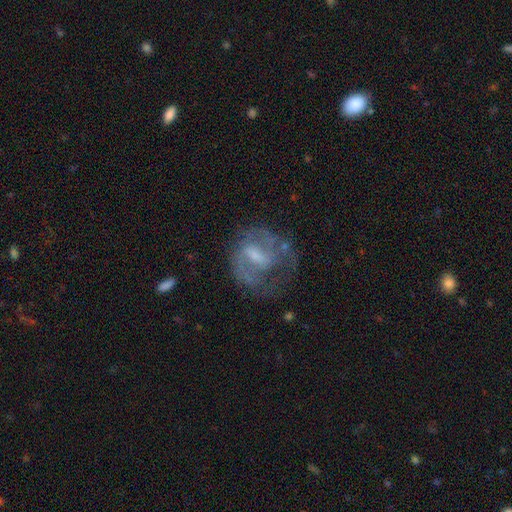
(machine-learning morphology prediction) Smooth or featured?
  - featured or disk: 75% *
  - smooth: 17%
  - star or artifact: 8%
Edge-on disk?
  - no: 97% *
  - yes: 3%
Bar?
  - weak: 52% *
  - strong: 27%
  - no: 20%
Spiral arms?
  - yes: 79% *
  - no: 21%
Spiral winding?
  - medium: 48% *
  - tight: 28%
  - loose: 24%
Spiral arm count?
  - 2: 57% *
  - can't tell: 20%
  - 1: 15%
  - 3: 5%
  - 4: 2%
  - more than 4: 2%
Bulge size?
  - small: 38% *
  - moderate: 34%
  - none: 22%
  - large: 5%
  - dominant: 1%
Merging?
  - none: 51% *
  - major disturbance: 26%
  - minor disturbance: 20%
  - merger: 3%